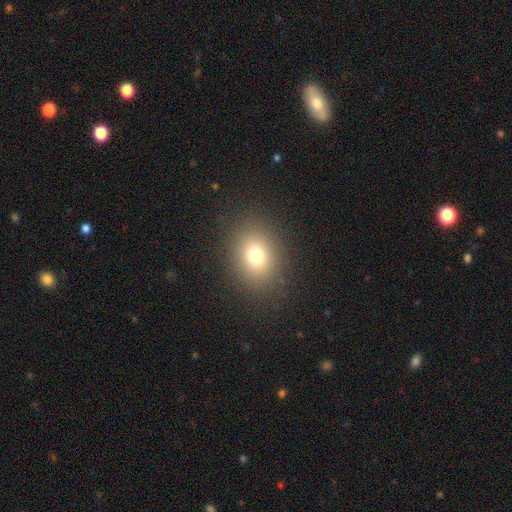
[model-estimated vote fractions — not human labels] smooth 74%, star or artifact 16%, featured or disk 11%. Down the decision tree: how rounded — round (50%); merging — none (87%).